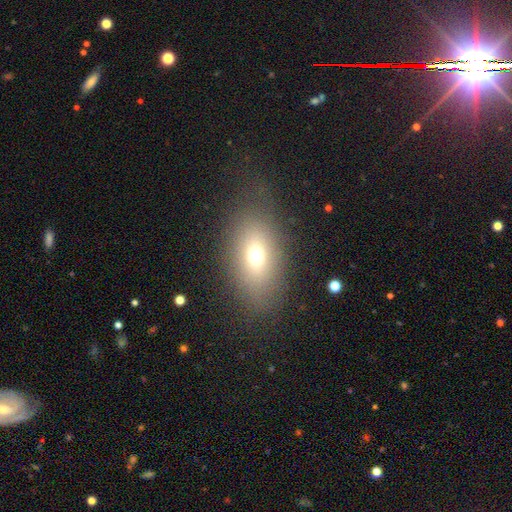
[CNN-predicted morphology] smooth_or_featured: smooth (p=0.68) [alt: featured or disk p=0.18]
how_rounded: in between (p=0.81) [alt: round p=0.16]
merging: none (p=0.75) [alt: minor disturbance p=0.13]